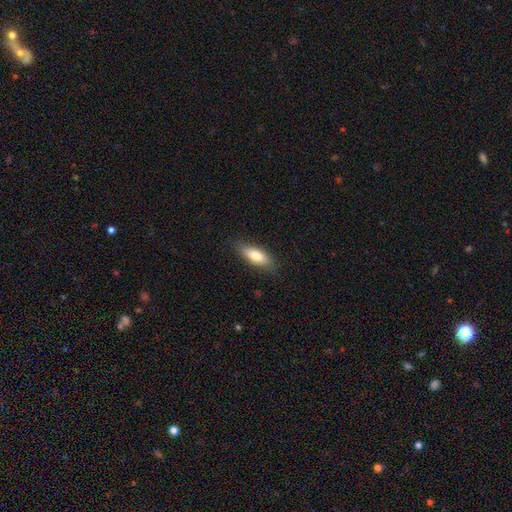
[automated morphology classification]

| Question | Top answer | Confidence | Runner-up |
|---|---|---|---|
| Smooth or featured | smooth | 75% | featured or disk (19%) |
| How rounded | in between | 64% | cigar-shaped (34%) |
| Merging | none | 83% | minor disturbance (14%) |